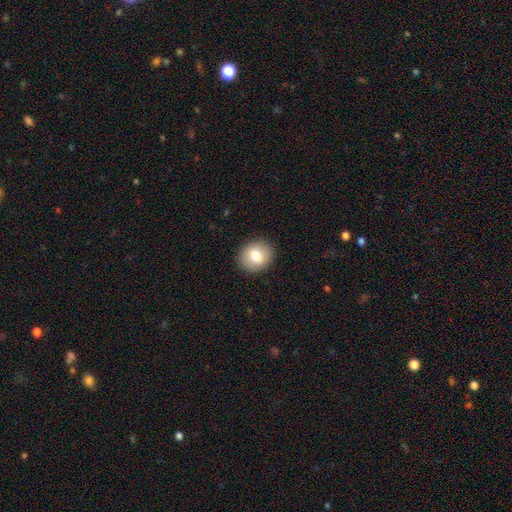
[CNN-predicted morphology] type=smooth (77%); roundness=round (75%); merging=none (90%).